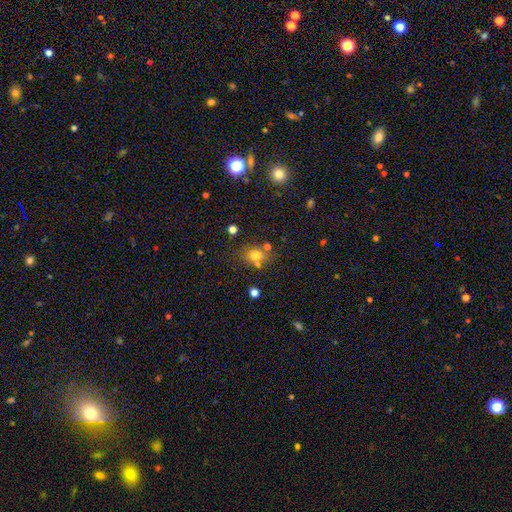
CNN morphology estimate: A smooth galaxy with no disk features (70%) that is round (50%). Merging: none (61%).